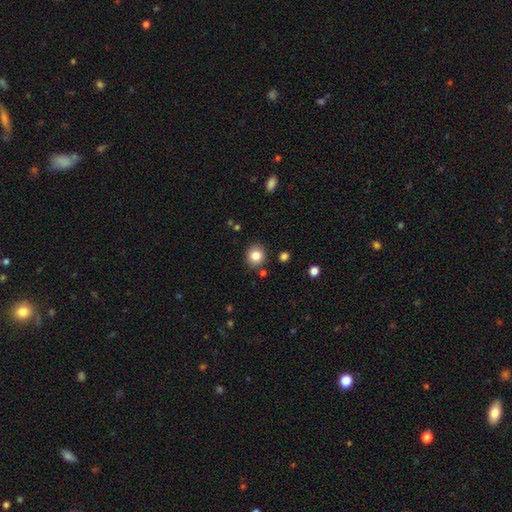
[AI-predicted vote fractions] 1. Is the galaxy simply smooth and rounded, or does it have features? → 83% smooth, 10% star or artifact, 6% featured or disk.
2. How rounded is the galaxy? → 88% round, 11% in between, 1% cigar-shaped.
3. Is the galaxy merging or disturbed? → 87% none, 8% minor disturbance, 3% merger, 2% major disturbance.